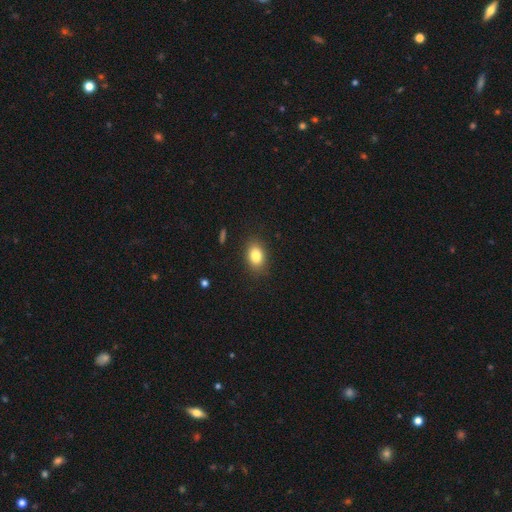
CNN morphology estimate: A smooth galaxy with no disk features (83%) that is in between round and cigar-shaped (79%). Merging: none (86%).